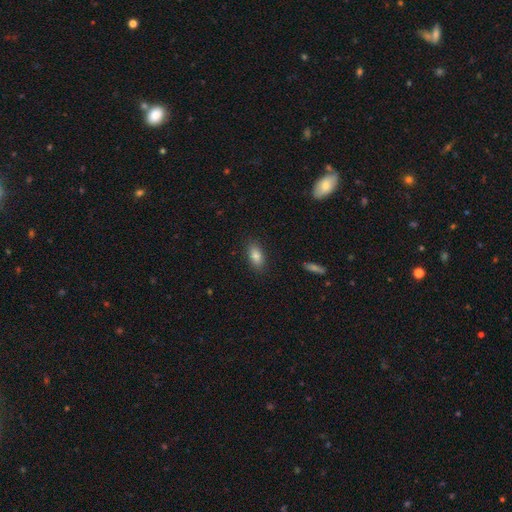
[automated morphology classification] smooth 85%, star or artifact 8%, featured or disk 7%. Down the decision tree: how rounded — in between (88%); merging — none (87%).